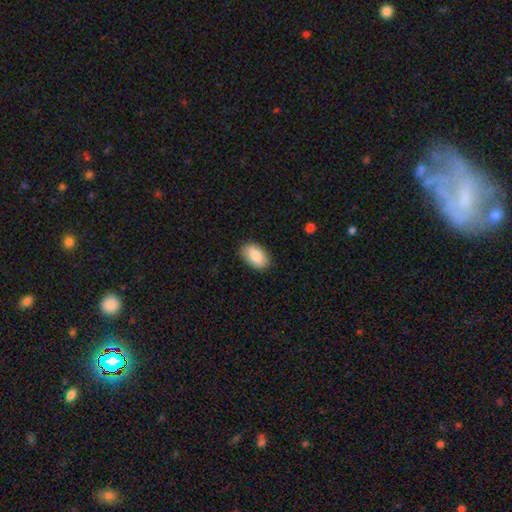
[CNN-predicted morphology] Overall: smooth (85%). How rounded: in between (93%). Merging: none (85%).